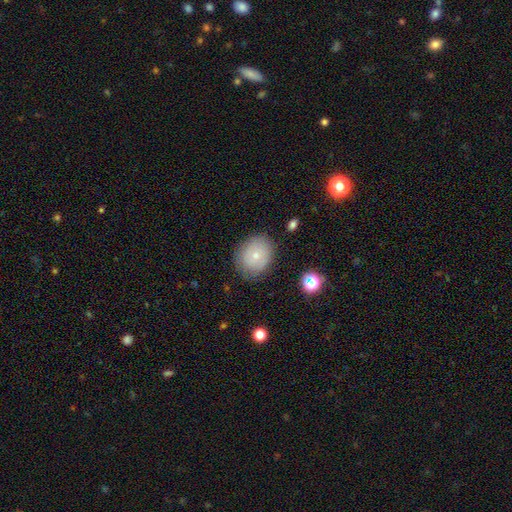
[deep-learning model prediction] The model was most divided on "how rounded": round: 57%, in between: 42%, cigar-shaped: 1%. More confident: merging — none (79%); smooth or featured — smooth (70%).